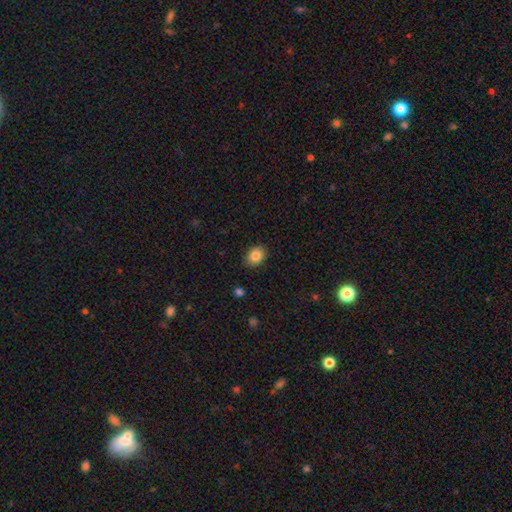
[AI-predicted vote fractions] Smooth or featured?
  - smooth: 84% *
  - star or artifact: 9%
  - featured or disk: 6%
How rounded?
  - in between: 61% *
  - round: 38%
  - cigar-shaped: 1%
Merging?
  - none: 88% *
  - minor disturbance: 9%
  - major disturbance: 2%
  - merger: 1%